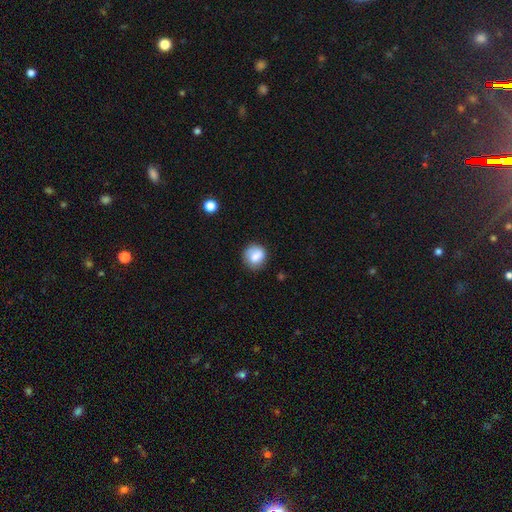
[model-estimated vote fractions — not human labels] Overall: smooth (79%). How rounded: round (82%). Merging: none (73%).